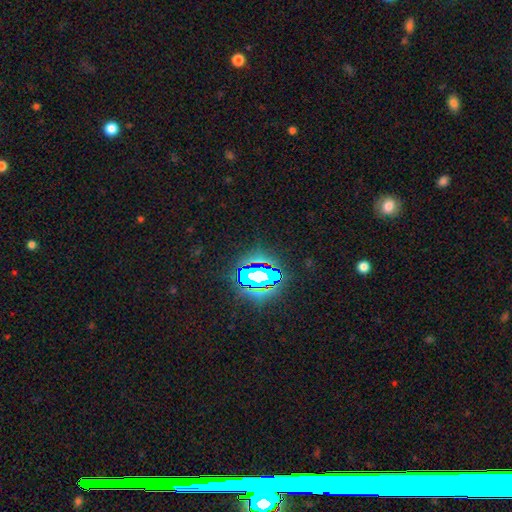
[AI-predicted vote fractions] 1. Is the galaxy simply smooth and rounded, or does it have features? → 78% star or artifact, 12% smooth, 10% featured or disk.